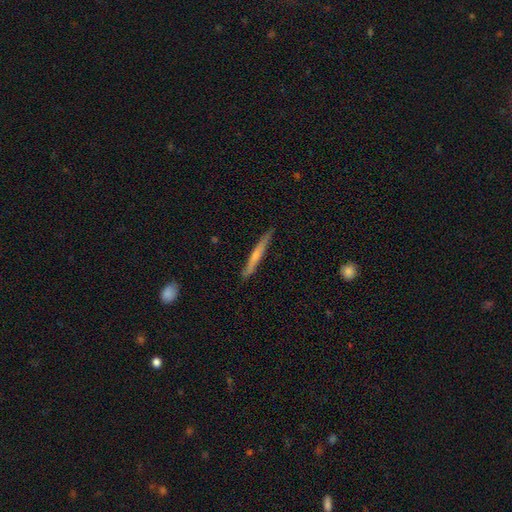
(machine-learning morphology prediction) smooth-or-featured: featured or disk: 51% | smooth: 44% | star or artifact: 6%
  disk-edge-on: yes: 96% | no: 4%
  merging: none: 85% | minor disturbance: 11% | major disturbance: 2% | merger: 1%